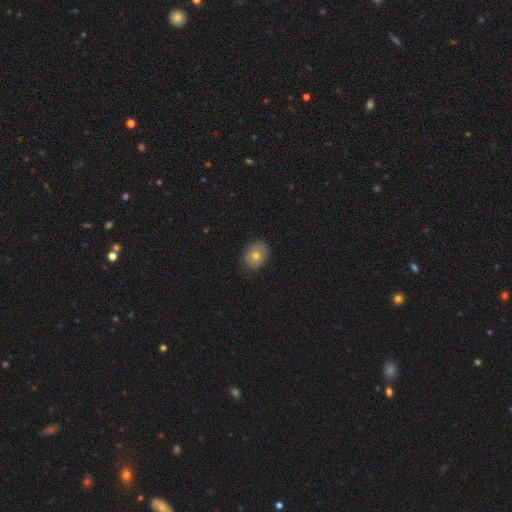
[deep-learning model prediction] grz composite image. It shows a smooth galaxy with no disk features (72%) that is in between round and cigar-shaped (52%). Merging: none (84%).